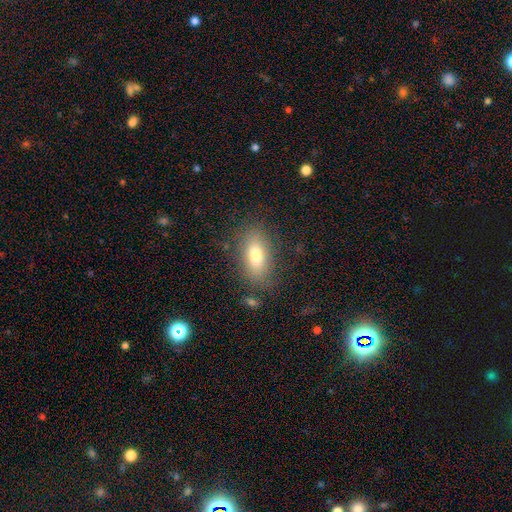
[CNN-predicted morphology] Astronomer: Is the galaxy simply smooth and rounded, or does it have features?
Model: smooth — 75%.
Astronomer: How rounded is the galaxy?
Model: in between — 86%.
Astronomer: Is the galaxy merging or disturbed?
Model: none — 81%.